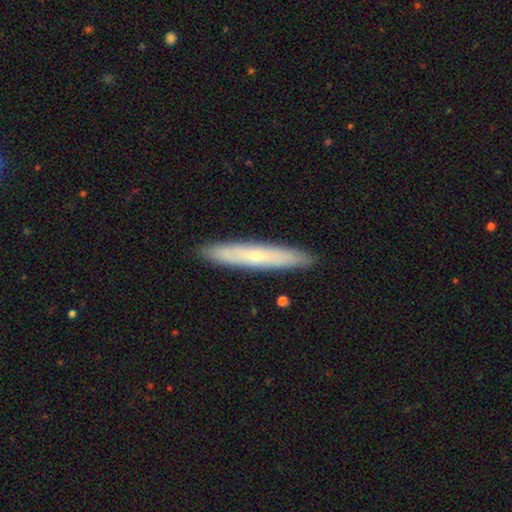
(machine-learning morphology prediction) Q: Smooth or featured?
A: smooth (57%); runner-up: featured or disk (37%)
Q: How rounded?
A: cigar-shaped (94%); runner-up: in between (4%)
Q: Merging?
A: none (91%); runner-up: minor disturbance (6%)